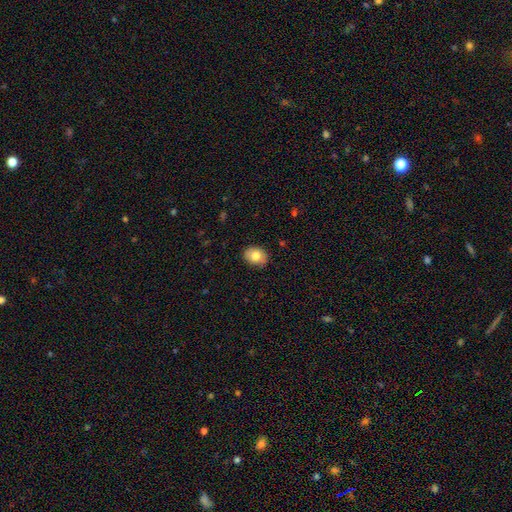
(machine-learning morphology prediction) Q: Smooth or featured?
A: smooth (78%); runner-up: featured or disk (15%)
Q: How rounded?
A: in between (56%); runner-up: round (43%)
Q: Merging?
A: none (85%); runner-up: minor disturbance (12%)